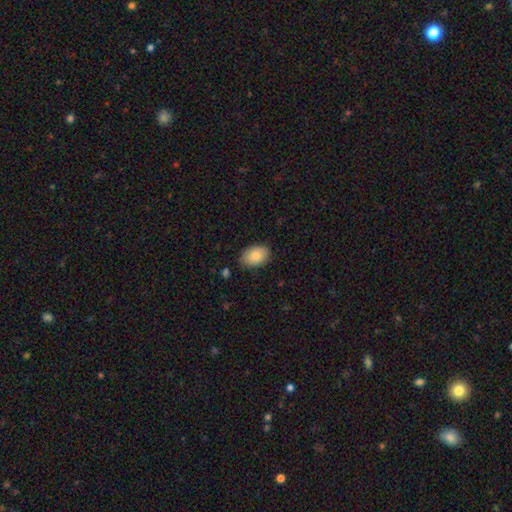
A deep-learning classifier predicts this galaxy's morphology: smooth_or_featured: smooth (p=0.84) [alt: featured or disk p=0.09]
how_rounded: in between (p=0.87) [alt: round p=0.12]
merging: none (p=0.84) [alt: minor disturbance p=0.13]